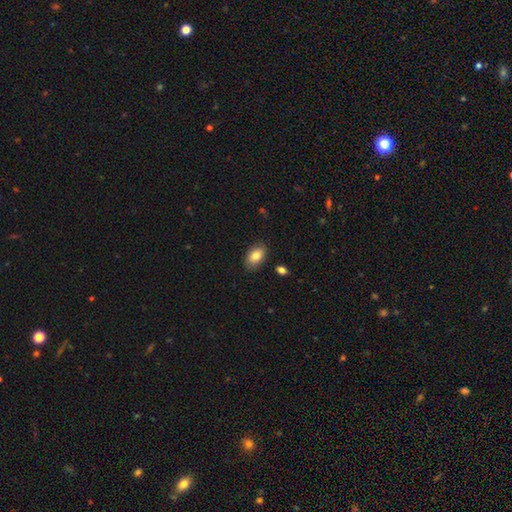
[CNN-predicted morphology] type=smooth (81%); roundness=in between (91%); merging=none (83%).